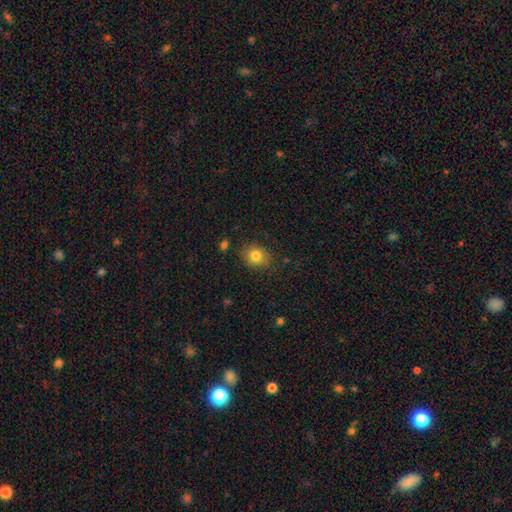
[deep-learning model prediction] A smooth galaxy with no disk features (81%) that is round (69%).

Vote fractions:
- Smooth or featured? smooth: 81% / star or artifact: 11% / featured or disk: 8%
- How rounded? round: 69% / in between: 30% / cigar-shaped: 1%
- Merging? none: 82% / minor disturbance: 13% / major disturbance: 3% / merger: 2%